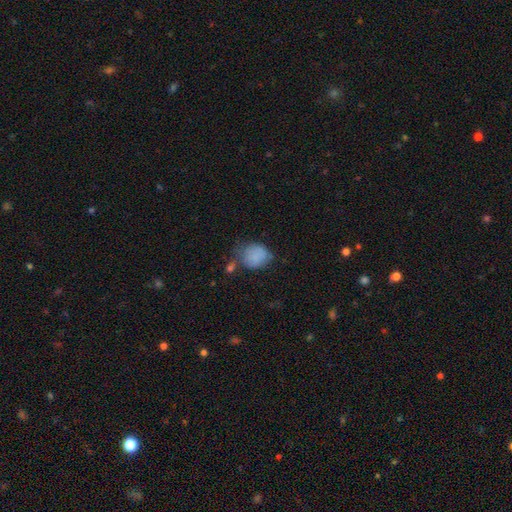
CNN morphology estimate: A smooth galaxy with no disk features (82%) that is round (52%). Merging: none (44%).